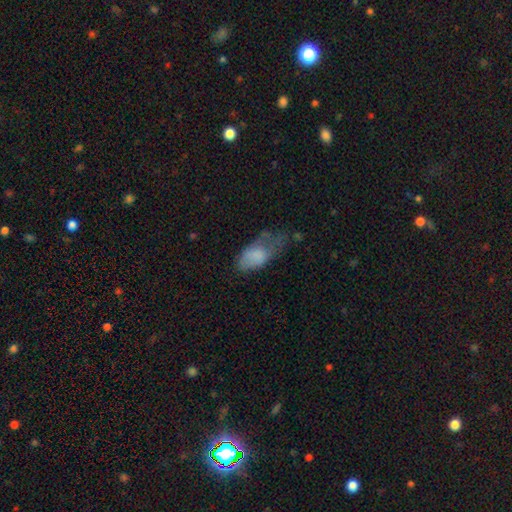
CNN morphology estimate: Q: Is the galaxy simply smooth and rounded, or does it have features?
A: smooth — 71%.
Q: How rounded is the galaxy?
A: in between — 91%.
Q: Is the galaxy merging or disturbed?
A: major disturbance — 42%.